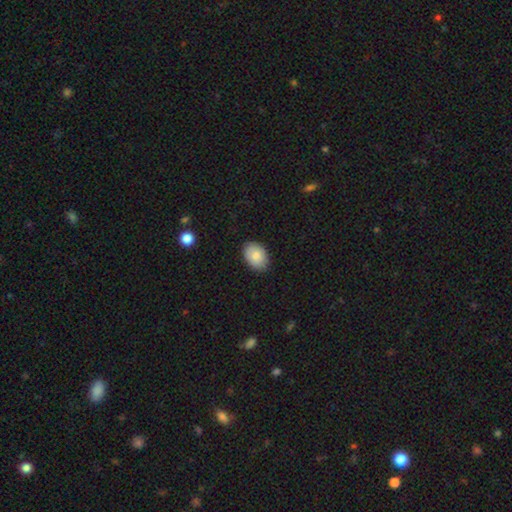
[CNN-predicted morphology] Smooth or featured: smooth — 84% (featured or disk — 9%)
How rounded: in between — 84% (round — 15%)
Merging: none — 85% (minor disturbance — 12%)